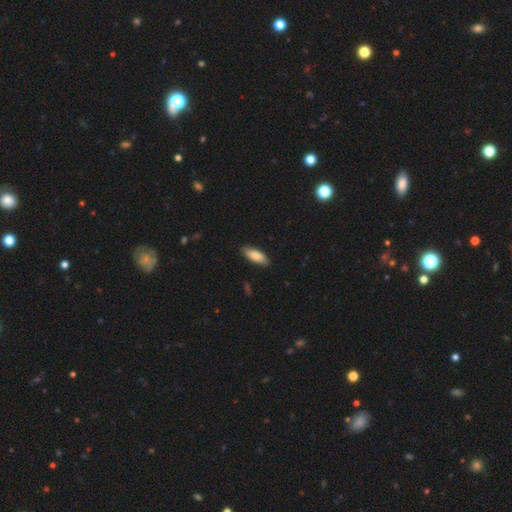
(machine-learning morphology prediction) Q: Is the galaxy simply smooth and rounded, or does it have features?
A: smooth — 82%.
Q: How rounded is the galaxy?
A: in between — 74%.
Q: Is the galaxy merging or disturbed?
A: none — 88%.